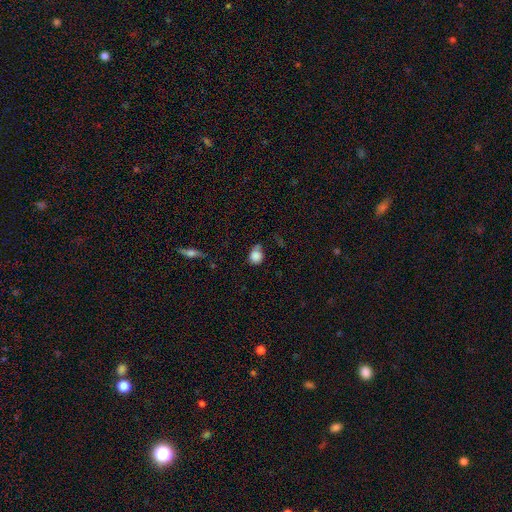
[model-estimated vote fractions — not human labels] smooth 83%, star or artifact 10%, featured or disk 7%. Down the decision tree: how rounded — round (72%); merging — none (49%).